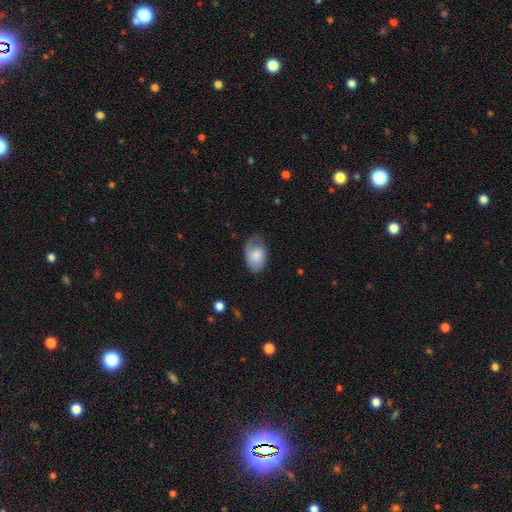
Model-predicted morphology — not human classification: This is likely a smooth galaxy (71%). How rounded: clearly in between (89%). Merging: possibly none (48%).